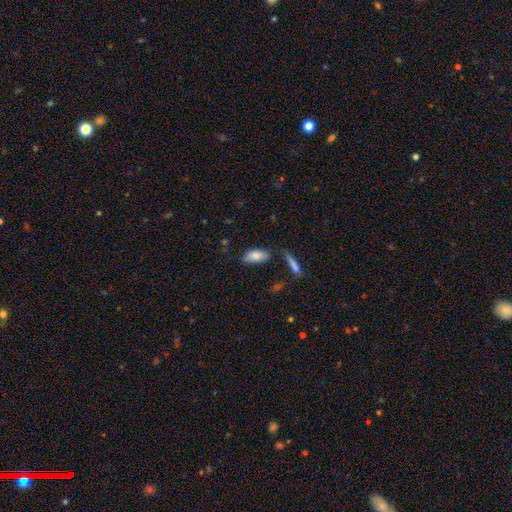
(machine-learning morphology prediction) This is clearly a smooth galaxy (80%). How rounded: clearly in between (86%). Merging: likely none (64%).